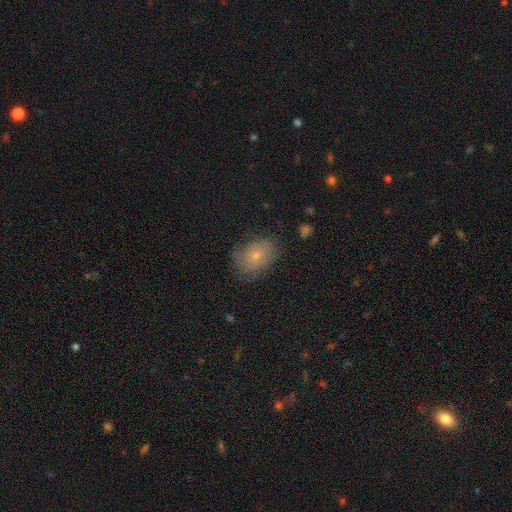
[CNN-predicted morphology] Smooth or featured: smooth — 63% (featured or disk — 26%)
How rounded: in between — 74% (round — 24%)
Merging: none — 73% (minor disturbance — 20%)